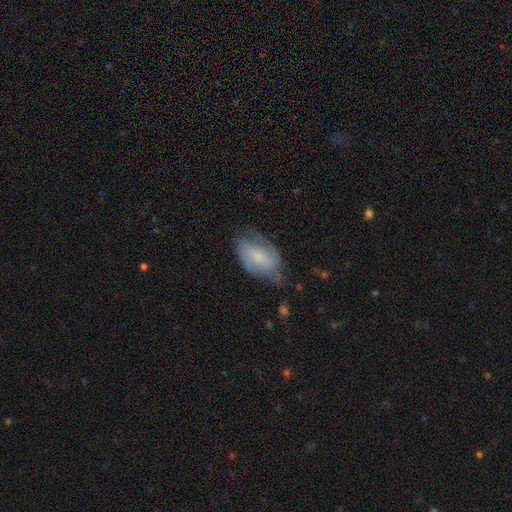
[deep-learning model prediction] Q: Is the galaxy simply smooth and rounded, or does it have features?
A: smooth — 47%.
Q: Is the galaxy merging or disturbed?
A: none — 50%.